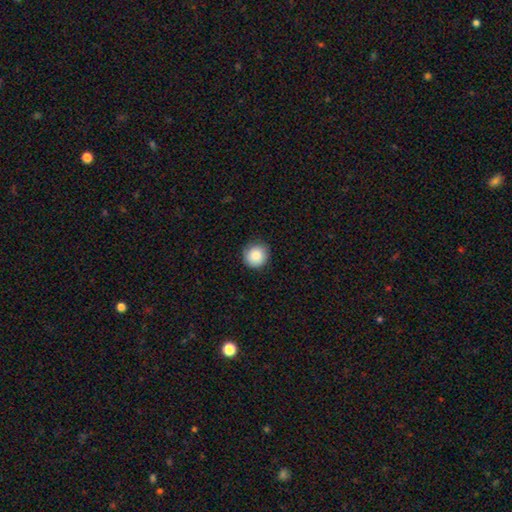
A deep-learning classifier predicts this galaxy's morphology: type=smooth (87%); roundness=round (93%); merging=none (88%).